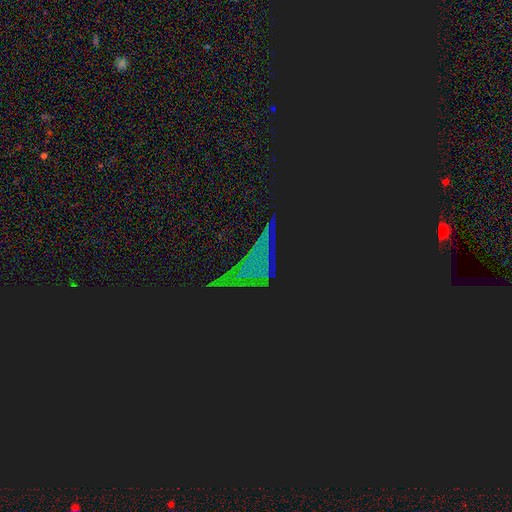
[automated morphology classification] smooth-or-featured: star or artifact: 71% | smooth: 16% | featured or disk: 14%